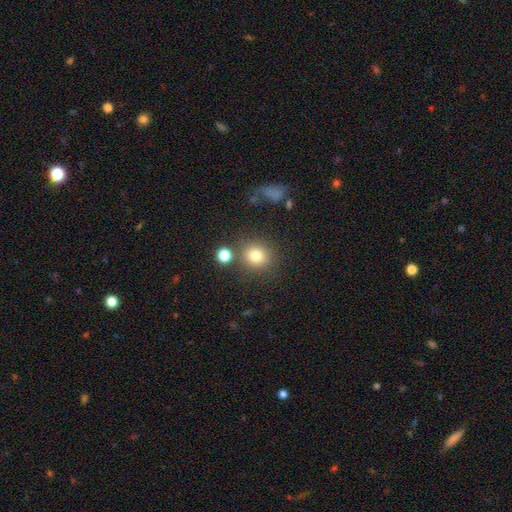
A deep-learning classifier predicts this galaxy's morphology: This appears to be a smooth galaxy with no disk features (79%) that is round (85%). Merging: none (77%).